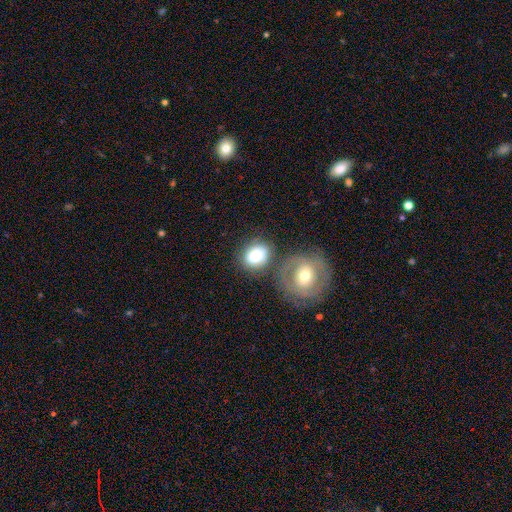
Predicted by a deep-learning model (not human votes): Morphology: type=smooth (76%); roundness=round (56%); merging=none (58%).